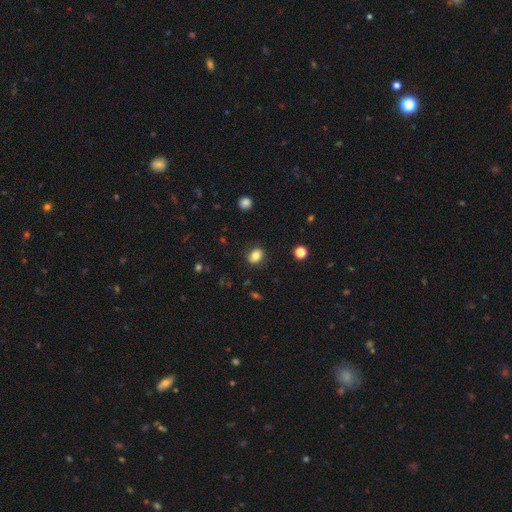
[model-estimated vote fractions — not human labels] Smooth or featured? Predicted: smooth (p=0.81). How rounded? Predicted: in between (p=0.58). Merging? Predicted: none (p=0.86).